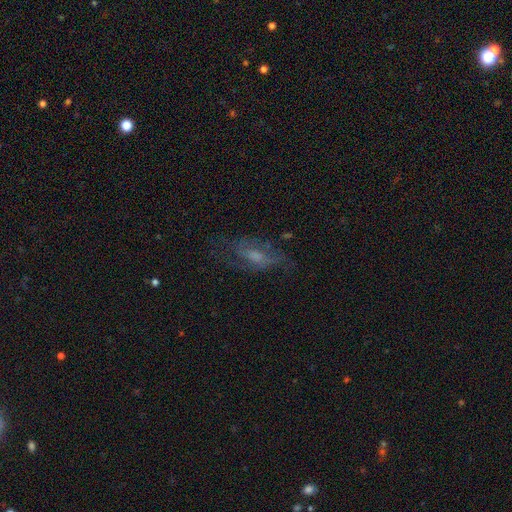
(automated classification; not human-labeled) Smooth or featured? featured or disk (57%)
Edge-on disk? no (87%)
Merging? none (54%)